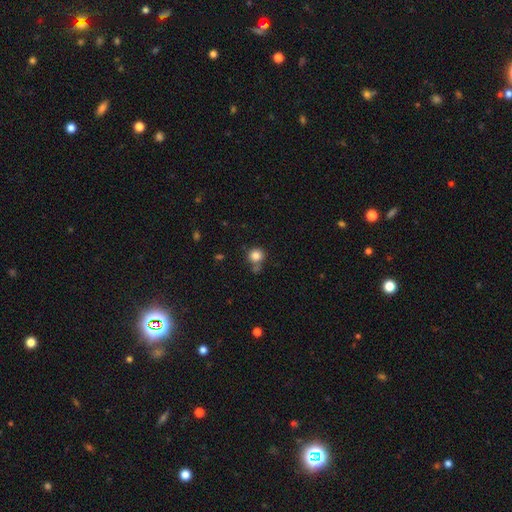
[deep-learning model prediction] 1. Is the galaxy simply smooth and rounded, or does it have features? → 84% smooth, 11% star or artifact, 5% featured or disk.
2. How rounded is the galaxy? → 89% round, 10% in between, 1% cigar-shaped.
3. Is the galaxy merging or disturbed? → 67% none, 15% merger, 13% minor disturbance, 5% major disturbance.